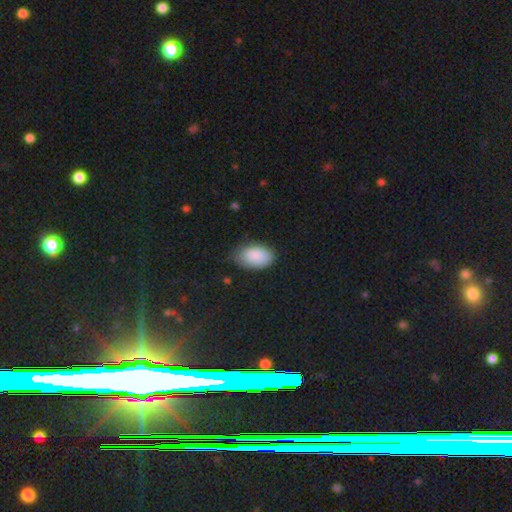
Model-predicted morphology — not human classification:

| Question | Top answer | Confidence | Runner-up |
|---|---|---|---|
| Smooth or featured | smooth | 88% | star or artifact (7%) |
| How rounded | in between | 93% | round (6%) |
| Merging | none | 68% | minor disturbance (25%) |